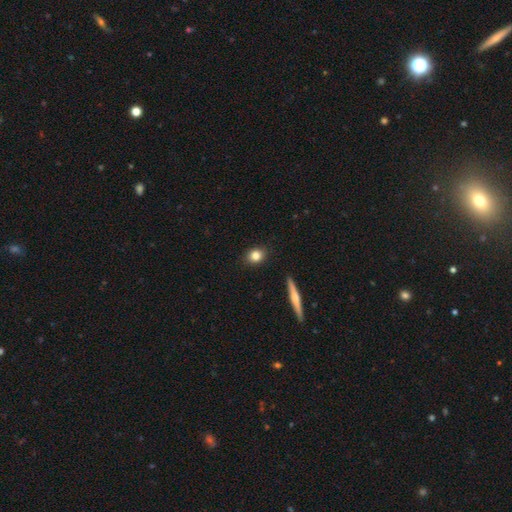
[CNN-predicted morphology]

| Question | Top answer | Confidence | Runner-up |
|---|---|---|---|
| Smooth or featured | smooth | 81% | featured or disk (10%) |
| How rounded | round | 58% | in between (39%) |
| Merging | none | 90% | minor disturbance (7%) |